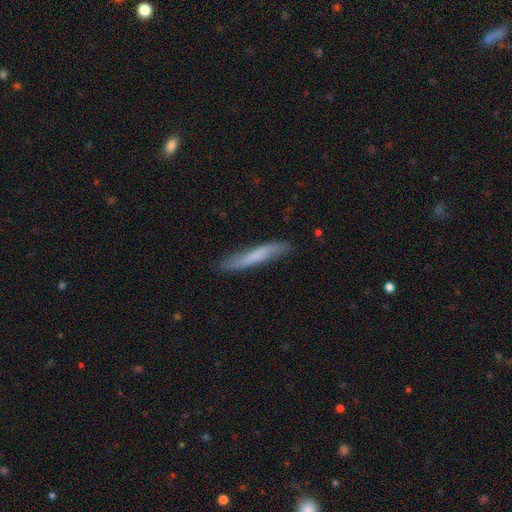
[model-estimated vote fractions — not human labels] Smooth or featured?
  - smooth: 57% *
  - featured or disk: 36%
  - star or artifact: 7%
How rounded?
  - cigar-shaped: 93% *
  - in between: 6%
  - round: 1%
Merging?
  - none: 78% *
  - minor disturbance: 17%
  - major disturbance: 3%
  - merger: 2%